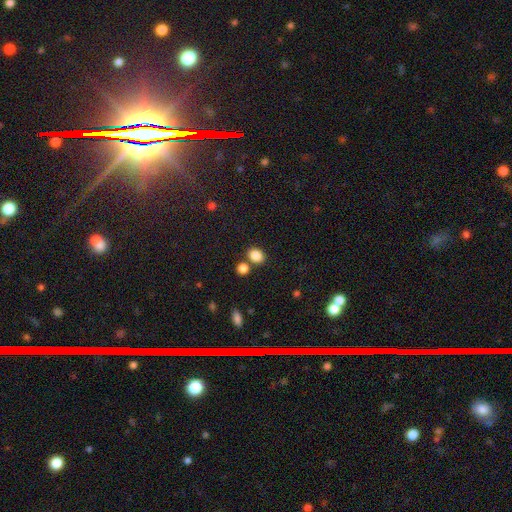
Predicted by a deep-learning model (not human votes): This is clearly a smooth galaxy (85%). How rounded: possibly in between (53%). Merging: likely none (69%).